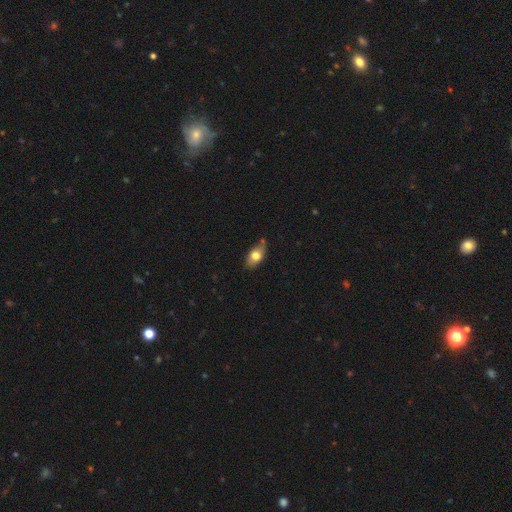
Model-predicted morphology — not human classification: smooth-or-featured: smooth: 74% | featured or disk: 19% | star or artifact: 7%
  how-rounded: in between: 88% | round: 8% | cigar-shaped: 4%
  merging: none: 68% | minor disturbance: 23% | merger: 6% | major disturbance: 4%